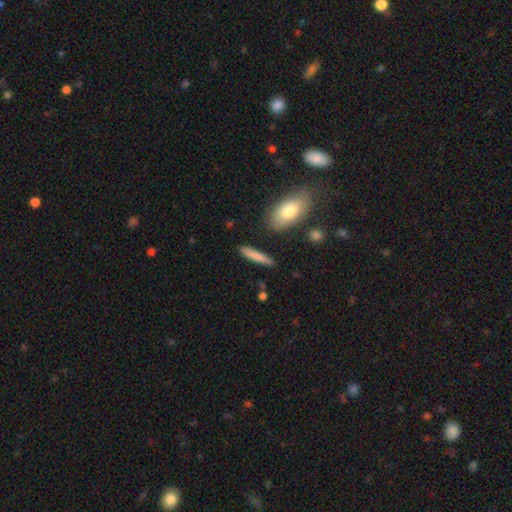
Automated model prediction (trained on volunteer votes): smooth-or-featured: smooth: 79% | featured or disk: 15% | star or artifact: 6%
  how-rounded: cigar-shaped: 88% | in between: 10% | round: 2%
  merging: none: 86% | minor disturbance: 9% | merger: 3% | major disturbance: 2%